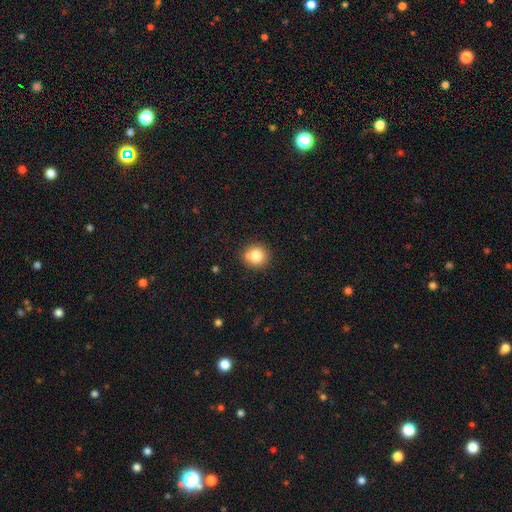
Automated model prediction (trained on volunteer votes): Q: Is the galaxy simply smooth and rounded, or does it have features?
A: smooth — 81%.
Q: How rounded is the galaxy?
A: round — 89%.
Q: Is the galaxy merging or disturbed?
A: none — 77%.